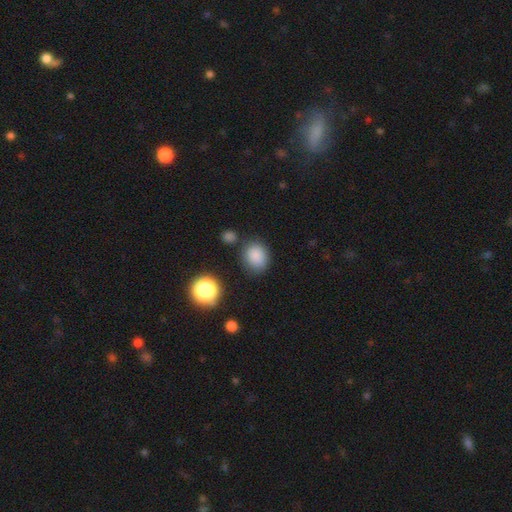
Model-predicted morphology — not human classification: This is clearly a smooth galaxy (83%). How rounded: likely round (61%). Merging: likely none (77%).